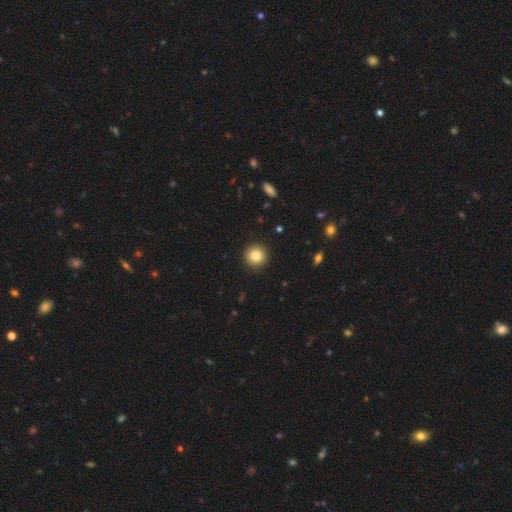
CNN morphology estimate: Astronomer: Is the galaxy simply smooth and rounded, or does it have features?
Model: smooth — 84%.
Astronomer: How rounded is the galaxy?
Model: round — 94%.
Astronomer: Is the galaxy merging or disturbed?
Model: none — 92%.